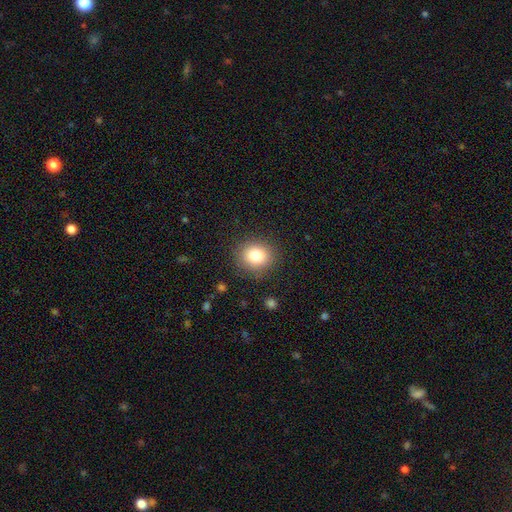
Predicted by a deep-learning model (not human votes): Overall: smooth (82%). How rounded: round (78%). Merging: none (87%).